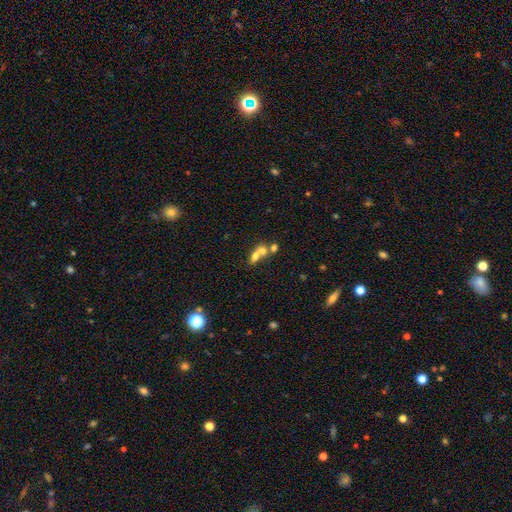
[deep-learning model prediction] Overall: smooth (62%; featured or disk 24%). How rounded: in between (62%; round 28%). Merging: merger (63%; none 24%).